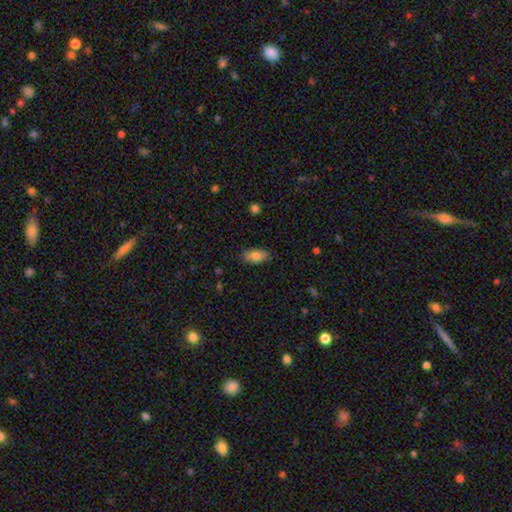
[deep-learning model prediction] Q: Smooth or featured?
A: smooth (82%); runner-up: featured or disk (11%)
Q: How rounded?
A: in between (87%); runner-up: cigar-shaped (10%)
Q: Merging?
A: none (85%); runner-up: minor disturbance (11%)